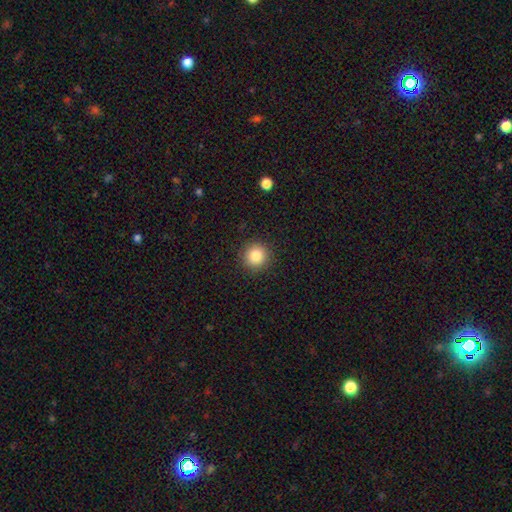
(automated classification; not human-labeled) Smooth or featured? Predicted: smooth (p=0.84). How rounded? Predicted: round (p=0.95). Merging? Predicted: none (p=0.91).